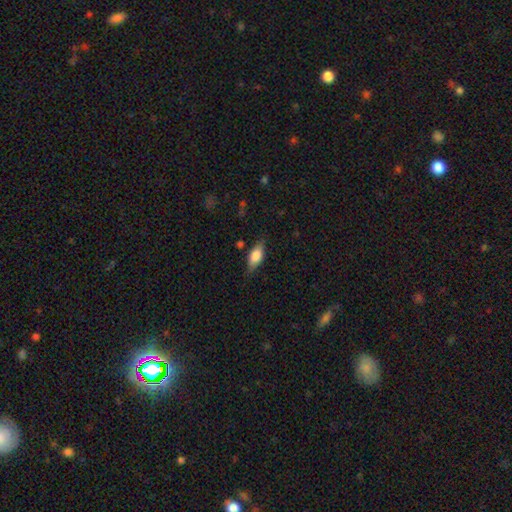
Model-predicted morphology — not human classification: Smooth or featured? Predicted: smooth (p=0.71). How rounded? Predicted: in between (p=0.82). Merging? Predicted: none (p=0.74).